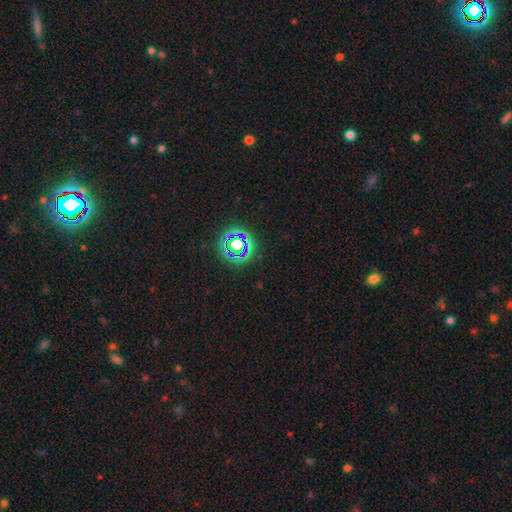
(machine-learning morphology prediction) Smooth or featured? star or artifact (69%)